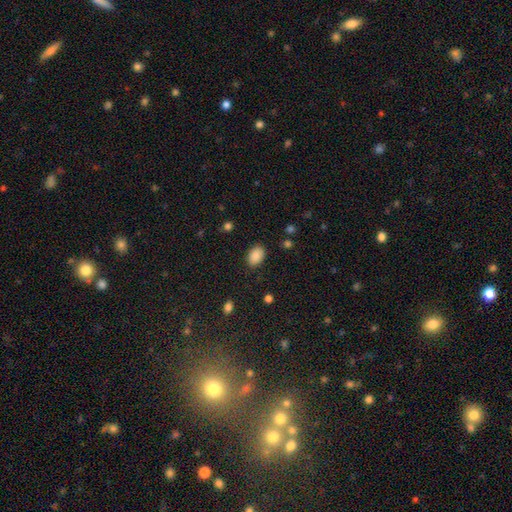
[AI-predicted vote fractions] Overall: smooth (88%). How rounded: in between (85%). Merging: none (86%).